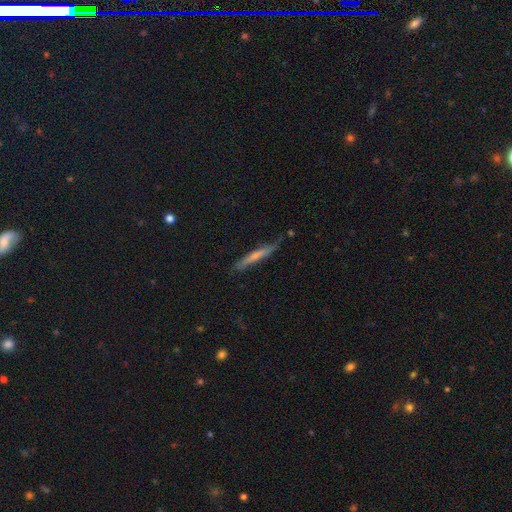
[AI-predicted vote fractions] This is possibly a smooth galaxy (58%). How rounded: clearly cigar-shaped (95%). Merging: likely none (72%).